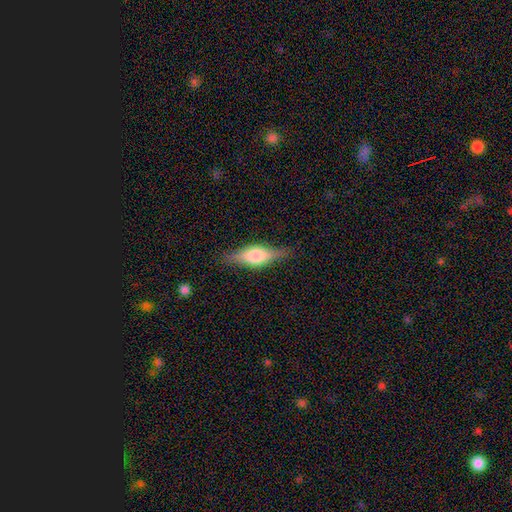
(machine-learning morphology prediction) This appears to be a featured or disk galaxy (47%). Merging: none (81%).